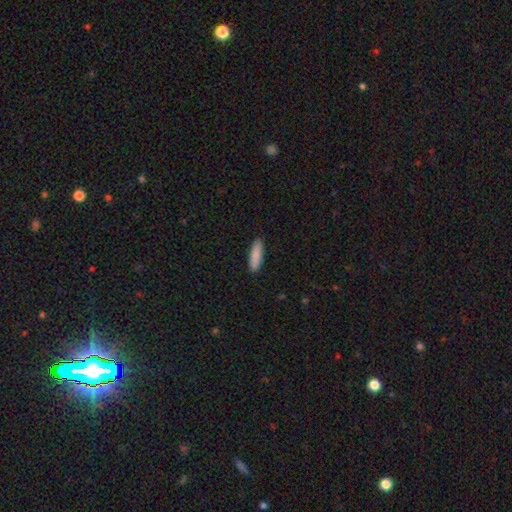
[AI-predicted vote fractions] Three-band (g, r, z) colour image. It shows a smooth galaxy with no disk features (88%) that is cigar-shaped (60%). Merging: none (90%).